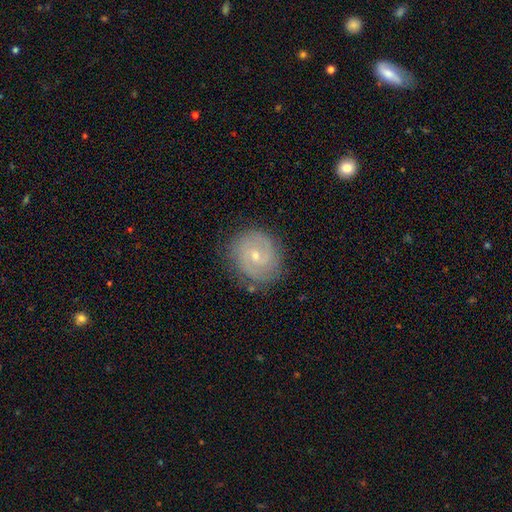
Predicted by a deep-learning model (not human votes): Morphology: type=featured or disk (76%); edge-on=no (97%); bar=no (57%); spiral arms=yes (92%); winding=tight (59%); arm count=2 (56%); bulge=small (64%); merging=none (81%).